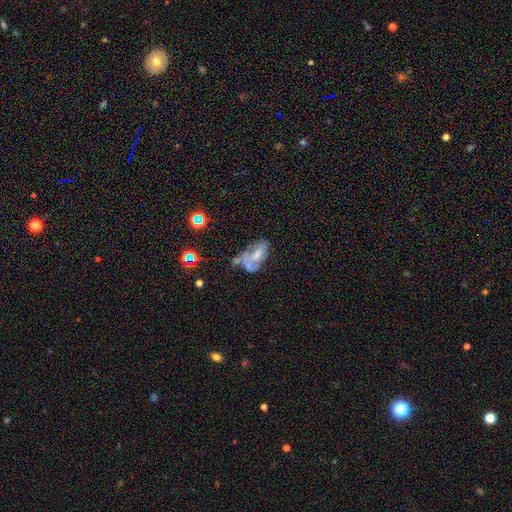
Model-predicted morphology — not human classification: Smooth or featured?
  - featured or disk: 52% *
  - smooth: 35%
  - star or artifact: 13%
Edge-on disk?
  - no: 94% *
  - yes: 6%
Merging?
  - major disturbance: 30% *
  - none: 25%
  - merger: 24%
  - minor disturbance: 22%